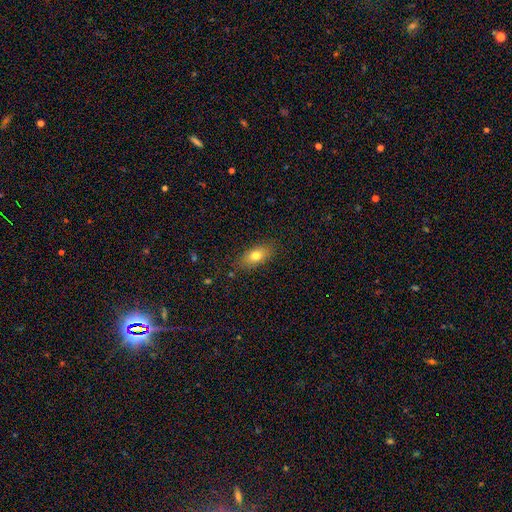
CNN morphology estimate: Smooth or featured? Predicted: smooth (p=0.76). How rounded? Predicted: in between (p=0.83). Merging? Predicted: none (p=0.83).